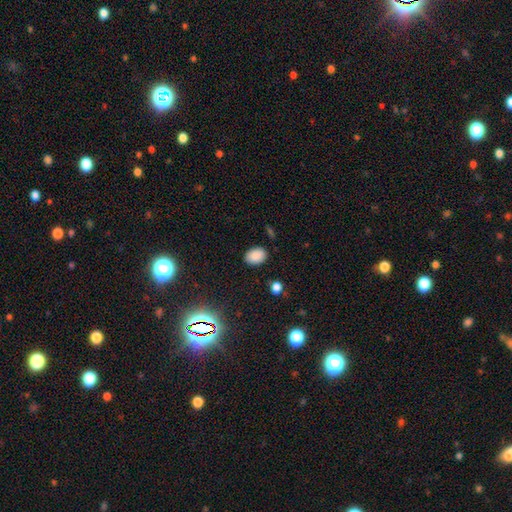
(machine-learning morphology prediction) This appears to be a smooth galaxy with no disk features (86%) that is in between round and cigar-shaped (76%). Merging: none (86%).